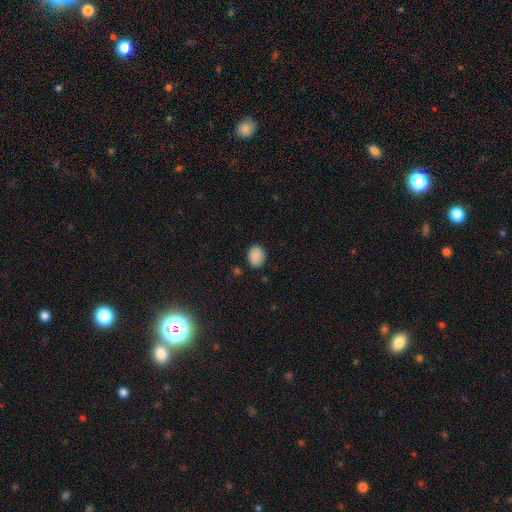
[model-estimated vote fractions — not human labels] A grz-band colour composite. It shows a smooth galaxy with no disk features (88%) that is in between round and cigar-shaped (57%). Merging: none (82%).